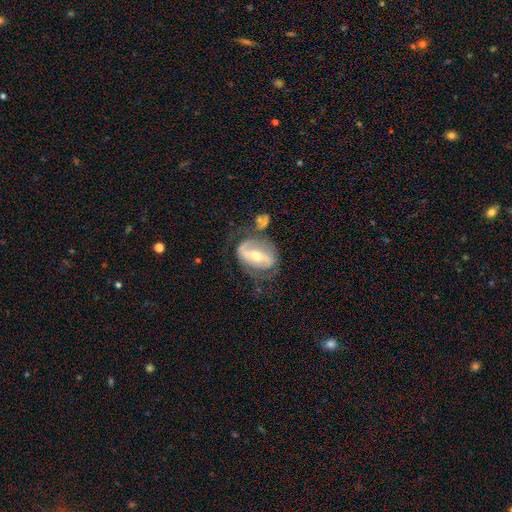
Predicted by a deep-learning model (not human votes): Morphology: type=featured or disk (73%); edge-on=no (93%); bar=strong (58%); spiral arms=yes (67%); bulge=moderate (62%); merging=none (49%).